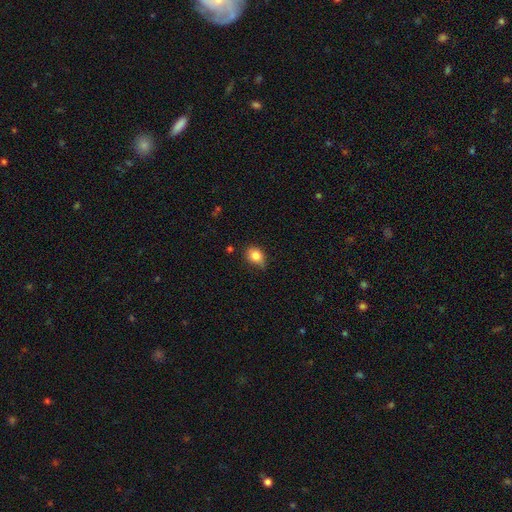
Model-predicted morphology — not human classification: smooth 81%, star or artifact 10%, featured or disk 9%. Down the decision tree: how rounded — round (50%); merging — none (54%).